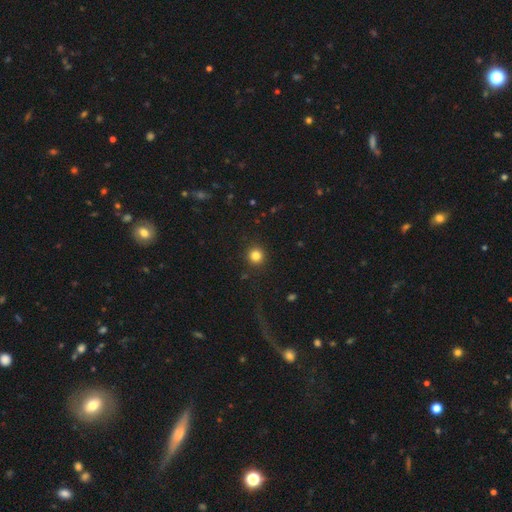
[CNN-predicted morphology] Smooth or featured? Predicted: smooth (p=0.83). How rounded? Predicted: round (p=0.94). Merging? Predicted: none (p=0.92).